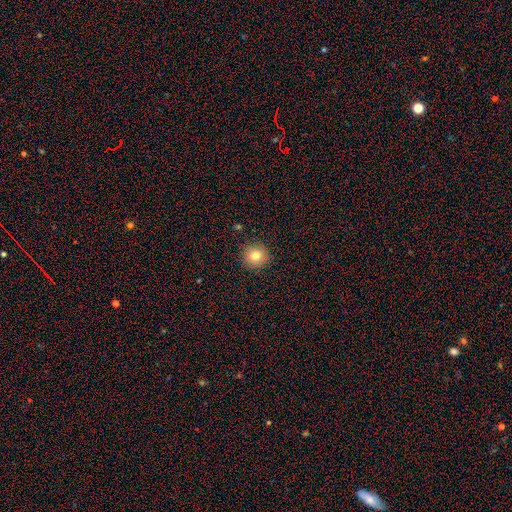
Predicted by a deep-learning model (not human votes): A smooth galaxy with no disk features (78%) that is round (94%). Merging: none (91%).